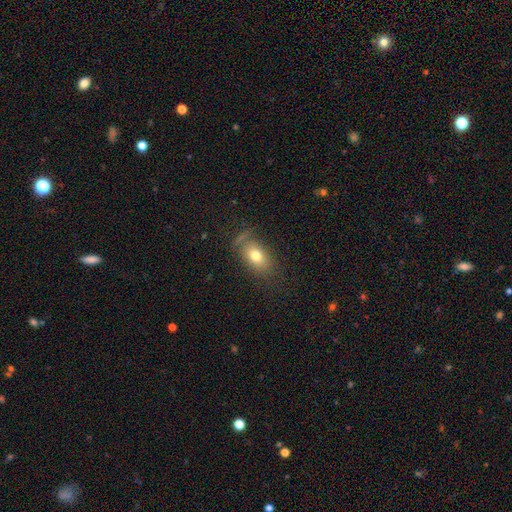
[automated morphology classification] smooth 74%, featured or disk 15%, star or artifact 11%. Down the decision tree: how rounded — in between (83%); merging — none (65%).